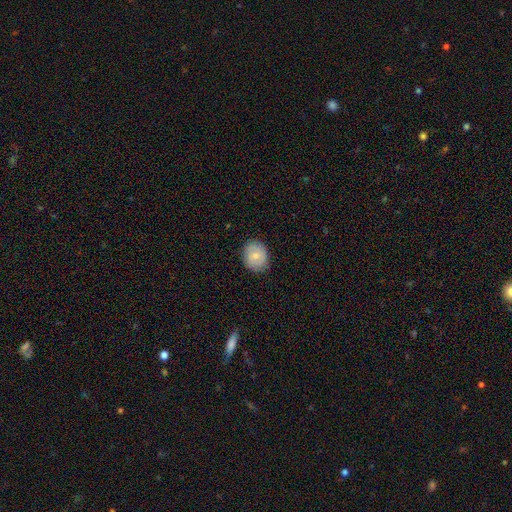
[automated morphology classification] Smooth or featured?
  - smooth: 70% *
  - featured or disk: 23%
  - star or artifact: 7%
How rounded?
  - round: 61% *
  - in between: 38%
  - cigar-shaped: 1%
Merging?
  - none: 83% *
  - minor disturbance: 14%
  - major disturbance: 3%
  - merger: 1%